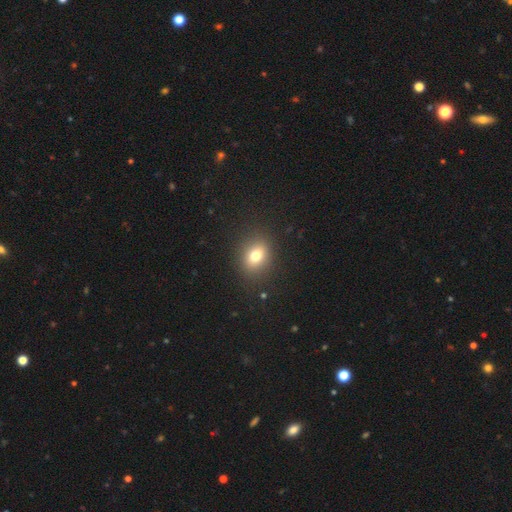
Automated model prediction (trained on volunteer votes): Morphology: type=smooth (75%); roundness=in between (53%); merging=none (87%).